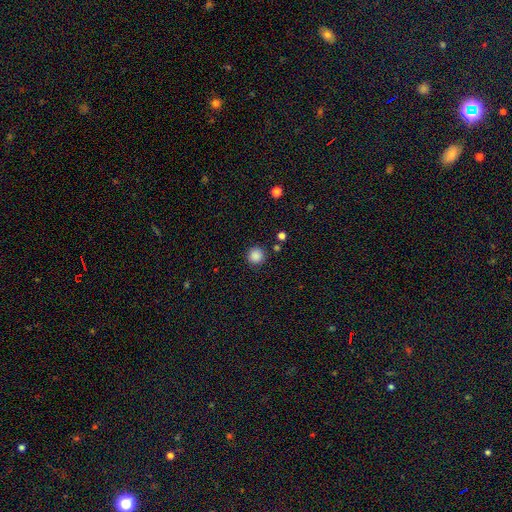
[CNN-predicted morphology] smooth_or_featured: smooth (p=0.87) [alt: star or artifact p=0.11]
how_rounded: round (p=0.95) [alt: in between p=0.04]
merging: none (p=0.89) [alt: minor disturbance p=0.06]